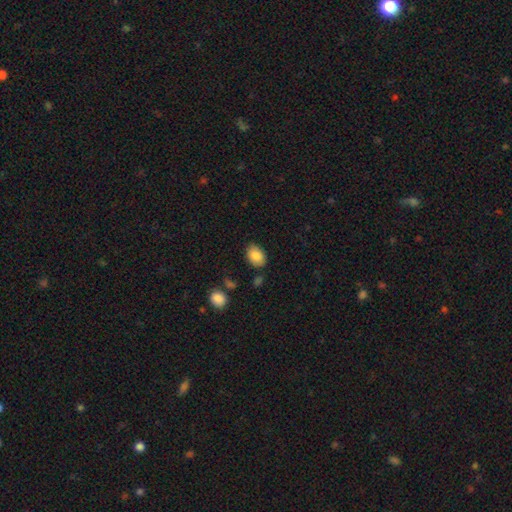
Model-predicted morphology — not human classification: type=smooth (86%); roundness=in between (81%); merging=none (81%).